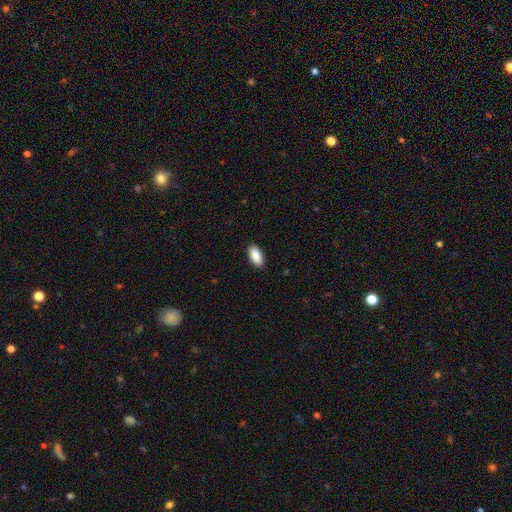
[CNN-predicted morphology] Smooth or featured? smooth (90%)
How rounded? in between (93%)
Merging? none (90%)